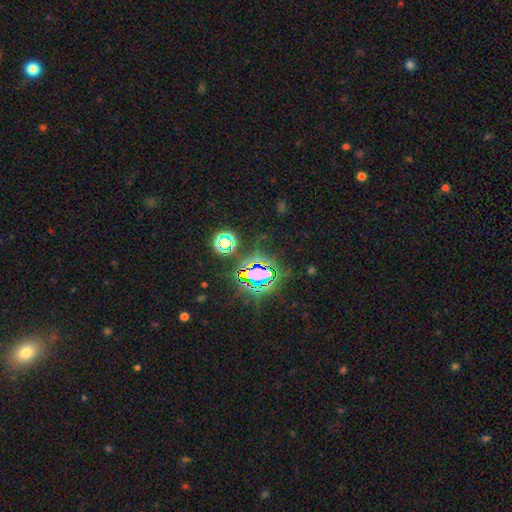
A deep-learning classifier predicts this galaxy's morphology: smooth_or_featured: star or artifact (p=0.81) [alt: smooth p=0.12]